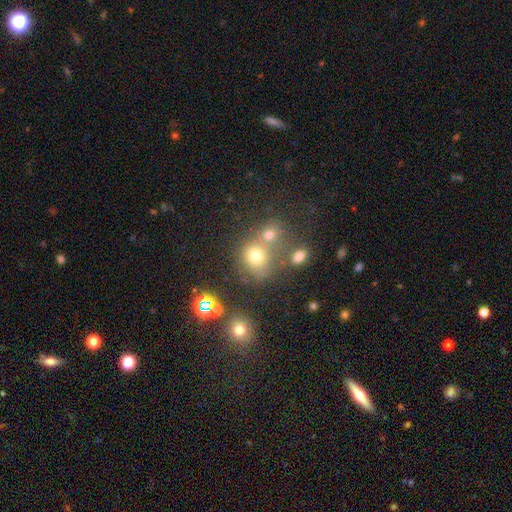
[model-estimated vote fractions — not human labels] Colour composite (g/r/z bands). It shows a smooth galaxy with no disk features (69%) that is round (73%). Merging: none (47%).